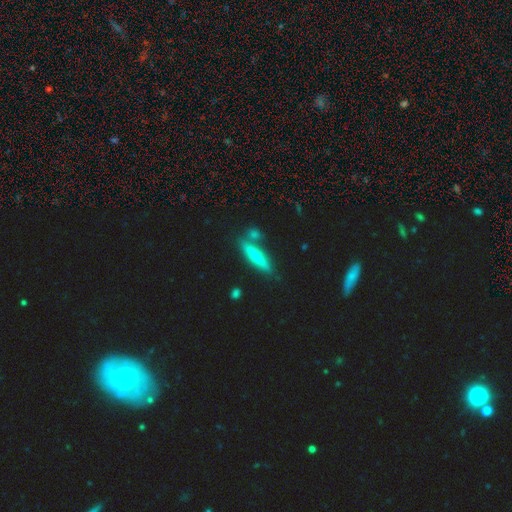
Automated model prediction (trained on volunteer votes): This appears to be a featured or disk galaxy (49%). Merging: none (75%).